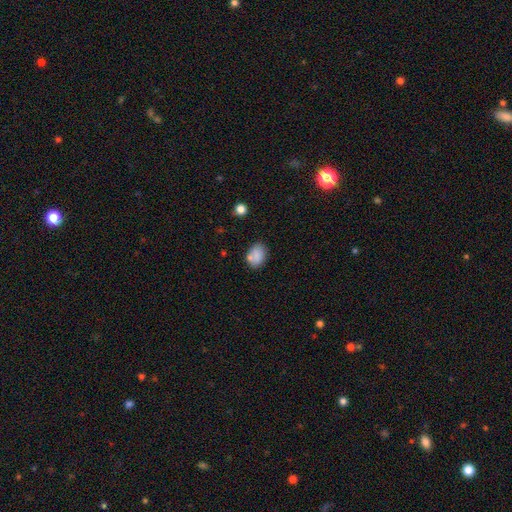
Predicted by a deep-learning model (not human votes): Smooth or featured: smooth — 83% (featured or disk — 9%)
How rounded: in between — 72% (round — 27%)
Merging: none — 65% (minor disturbance — 18%)